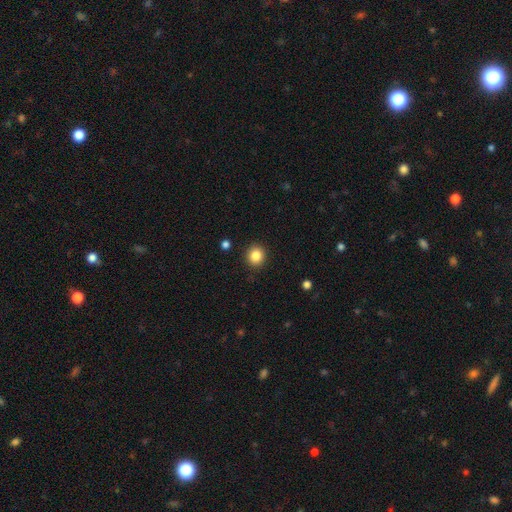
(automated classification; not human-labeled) Q: Smooth or featured?
A: smooth (85%); runner-up: star or artifact (10%)
Q: How rounded?
A: round (85%); runner-up: in between (14%)
Q: Merging?
A: none (90%); runner-up: minor disturbance (6%)